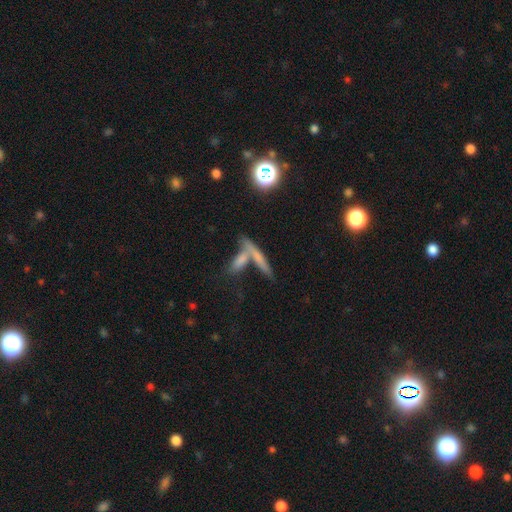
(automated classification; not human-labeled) This appears to be a smooth galaxy with no disk features (54%) that is cigar-shaped (80%). Merging: none (46%).